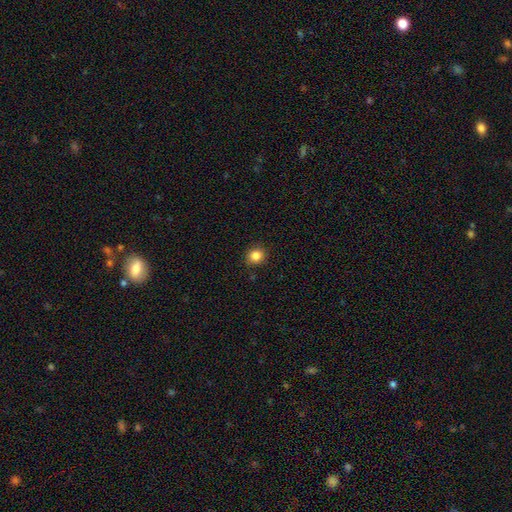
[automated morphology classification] A smooth galaxy with no disk features (85%) that is round (85%). Merging: none (90%).